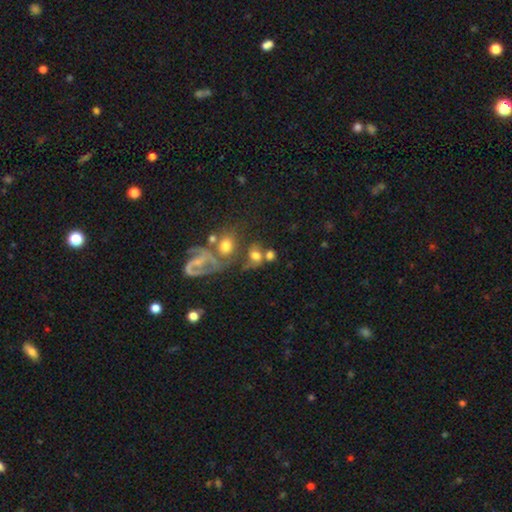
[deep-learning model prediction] Smooth or featured: smooth — 52% (featured or disk — 35%)
How rounded: round — 62% (in between — 36%)
Merging: merger — 37% (none — 35%)